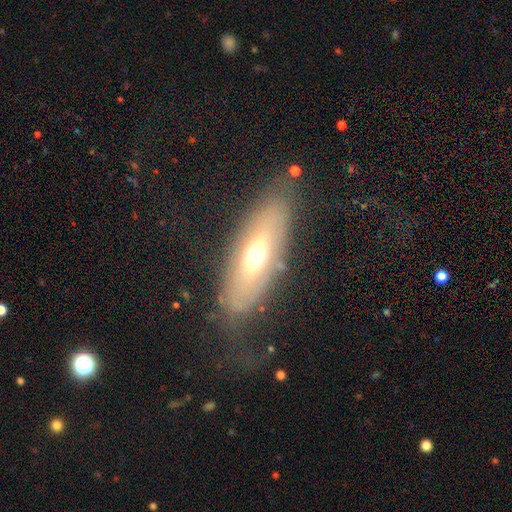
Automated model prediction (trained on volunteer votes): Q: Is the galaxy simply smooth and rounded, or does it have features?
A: smooth — 46%.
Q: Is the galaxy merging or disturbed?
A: none — 74%.